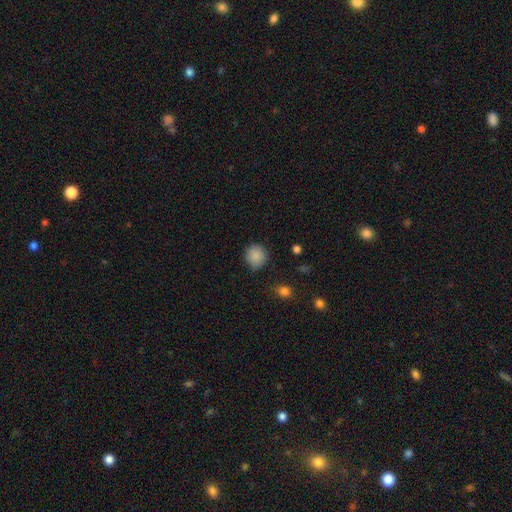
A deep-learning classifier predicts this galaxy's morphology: smooth_or_featured: smooth (p=0.86) [alt: star or artifact p=0.09]
how_rounded: round (p=0.89) [alt: in between p=0.10]
merging: none (p=0.75) [alt: minor disturbance p=0.19]